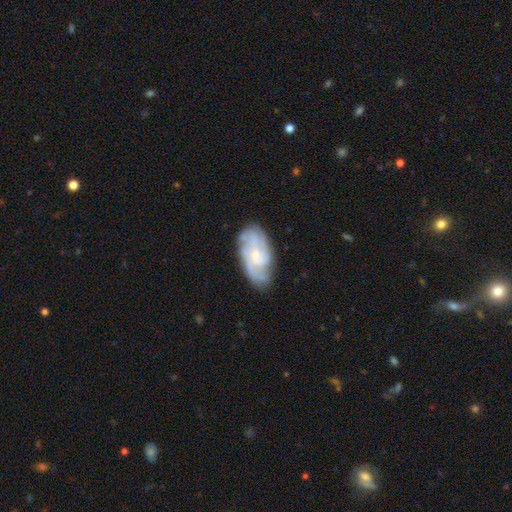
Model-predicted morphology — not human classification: Overall: featured or disk (71%). Edge-on disk: no (95%). Bar: no (62%; weak 34%). Spiral arms: yes (88%). Spiral arm count: can't tell (37%; 2 24%). Spiral winding: tight (45%; medium 40%). Bulge size: small (65%; moderate 26%). Merging: none (69%).